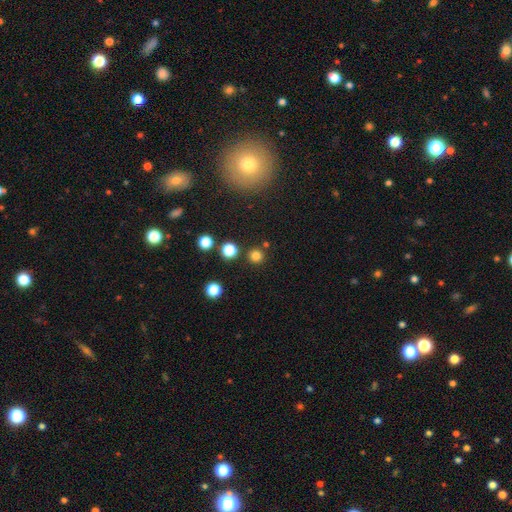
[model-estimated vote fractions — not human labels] Smooth or featured?
  - smooth: 79% *
  - star or artifact: 16%
  - featured or disk: 5%
How rounded?
  - round: 94% *
  - in between: 5%
  - cigar-shaped: 1%
Merging?
  - none: 86% *
  - minor disturbance: 6%
  - merger: 6%
  - major disturbance: 2%